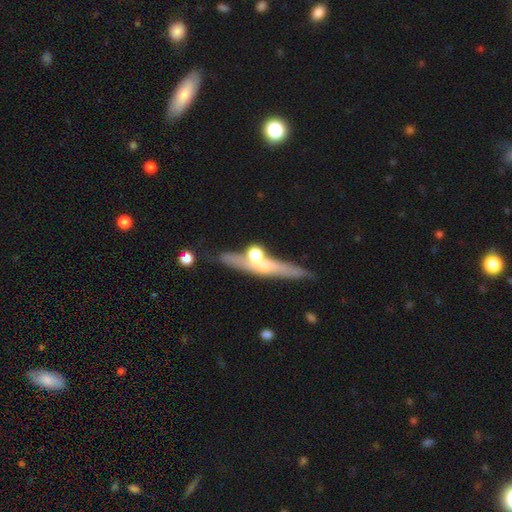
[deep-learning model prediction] Q: Smooth or featured?
A: featured or disk (57%); runner-up: smooth (35%)
Q: Edge-on disk?
A: yes (82%); runner-up: no (18%)
Q: Merging?
A: none (61%); runner-up: merger (22%)